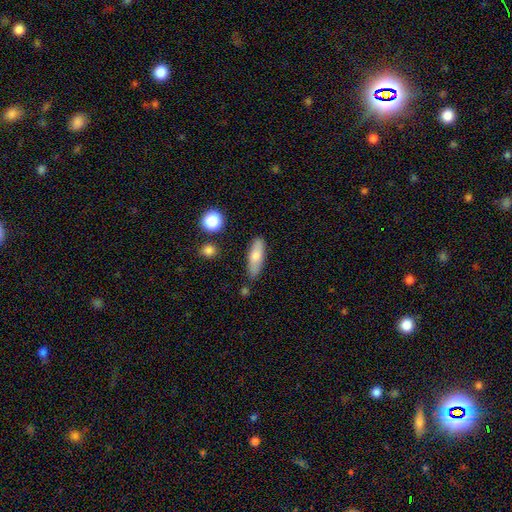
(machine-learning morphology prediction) type=smooth (72%); roundness=in between (55%); merging=none (77%).